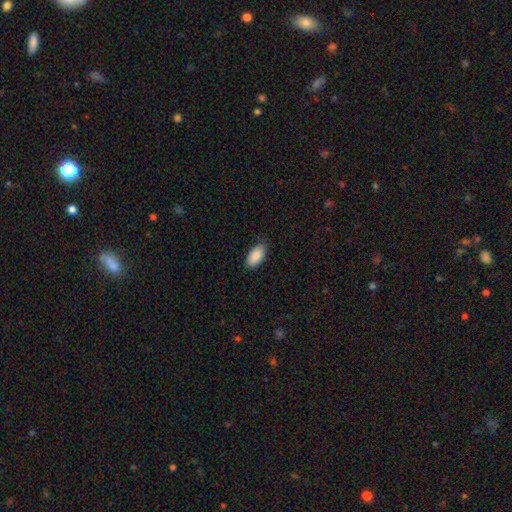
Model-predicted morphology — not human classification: Smooth or featured? smooth (89%)
How rounded? in between (94%)
Merging? none (79%)